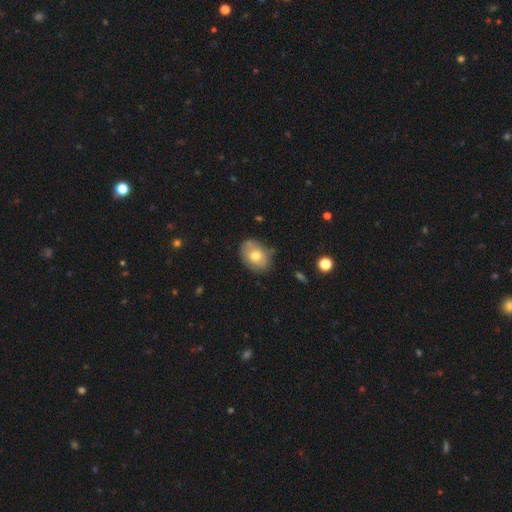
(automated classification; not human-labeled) smooth 70%, featured or disk 21%, star or artifact 8%. Down the decision tree: how rounded — in between (65%); merging — none (70%).